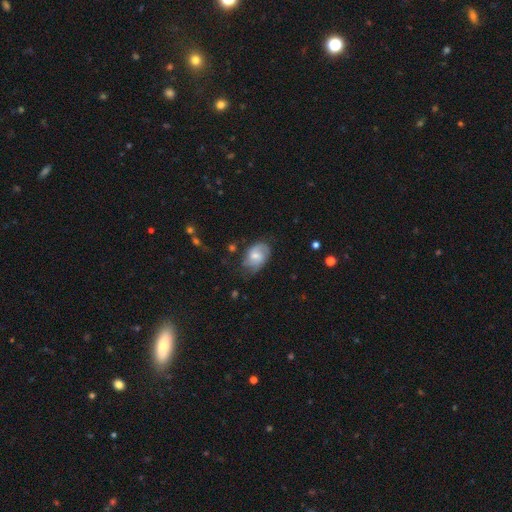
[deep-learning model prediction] Smooth or featured?
  - featured or disk: 59% *
  - smooth: 34%
  - star or artifact: 7%
Edge-on disk?
  - no: 96% *
  - yes: 4%
Bar?
  - no: 49% *
  - weak: 44%
  - strong: 7%
Spiral arms?
  - yes: 88% *
  - no: 12%
Spiral winding?
  - medium: 45% *
  - tight: 34%
  - loose: 22%
Spiral arm count?
  - 2: 63% *
  - can't tell: 19%
  - 3: 8%
  - 1: 7%
  - 4: 2%
  - more than 4: 2%
Bulge size?
  - moderate: 49% *
  - small: 41%
  - none: 6%
  - large: 4%
  - dominant: 1%
Merging?
  - none: 62% *
  - minor disturbance: 26%
  - major disturbance: 10%
  - merger: 2%